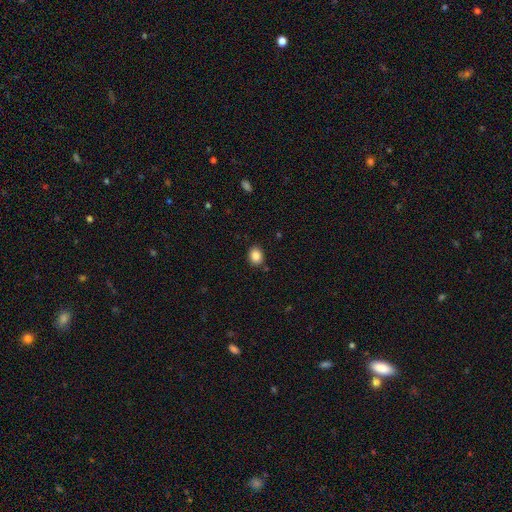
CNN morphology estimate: Overall: smooth (87%). How rounded: in between (51%; round 48%). Merging: none (87%).